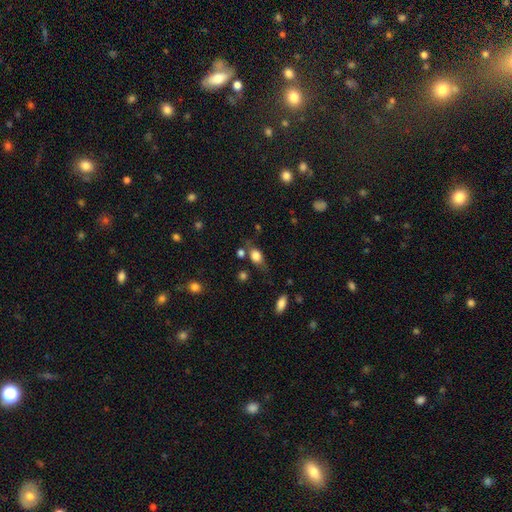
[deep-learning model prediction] Morphology: type=smooth (77%); roundness=in between (66%); merging=none (59%).